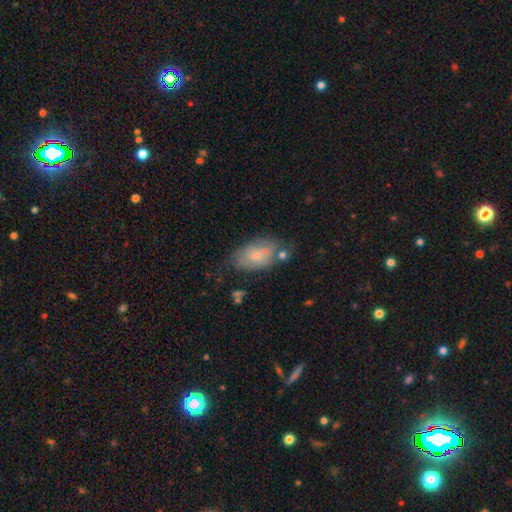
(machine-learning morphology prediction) Smooth or featured? Predicted: smooth (p=0.62). How rounded? Predicted: in between (p=0.90). Merging? Predicted: none (p=0.56).